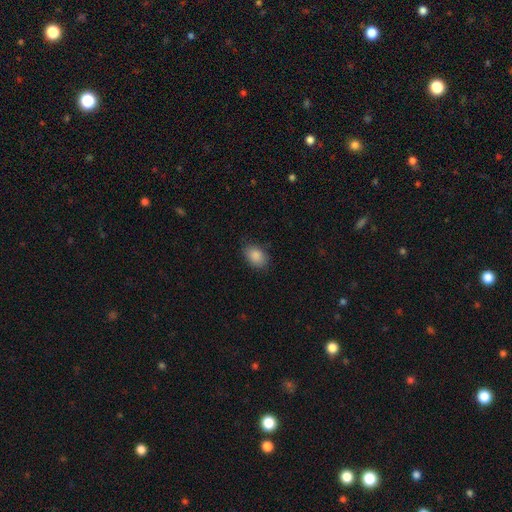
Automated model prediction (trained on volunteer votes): Smooth or featured?
  - smooth: 88% *
  - star or artifact: 8%
  - featured or disk: 4%
How rounded?
  - in between: 84% *
  - round: 15%
  - cigar-shaped: 1%
Merging?
  - none: 81% *
  - minor disturbance: 15%
  - major disturbance: 3%
  - merger: 1%